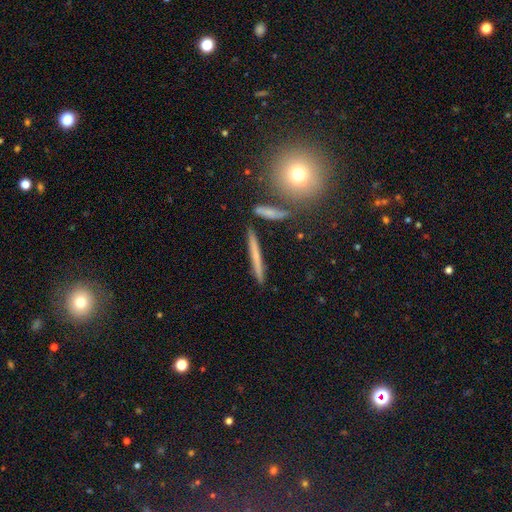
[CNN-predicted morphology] Smooth or featured: smooth — 53% (featured or disk — 39%)
How rounded: cigar-shaped — 93% (in between — 4%)
Merging: none — 87% (minor disturbance — 7%)